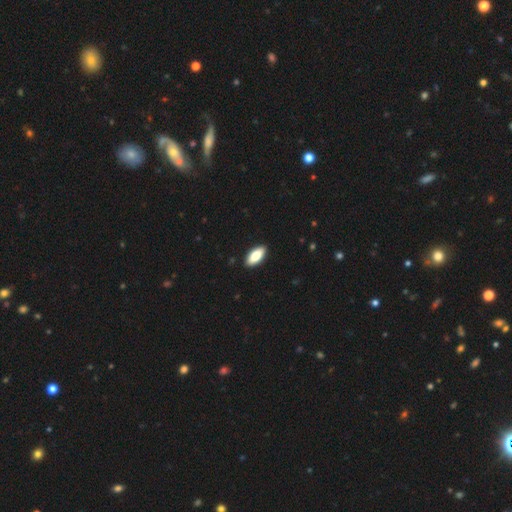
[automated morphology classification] This is clearly a smooth galaxy (80%). How rounded: clearly in between (88%). Merging: clearly none (90%).